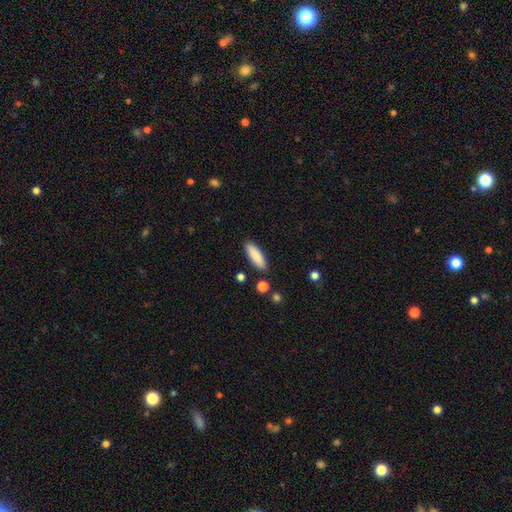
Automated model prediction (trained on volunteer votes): Smooth or featured: smooth — 87% (featured or disk — 7%)
How rounded: cigar-shaped — 51% (in between — 47%)
Merging: none — 89% (minor disturbance — 7%)